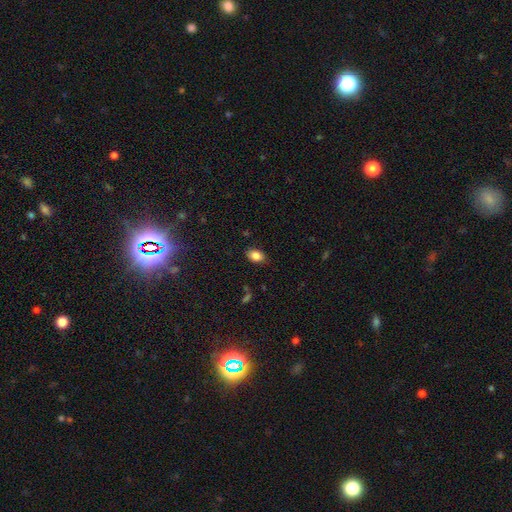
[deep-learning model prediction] Smooth or featured? Predicted: smooth (p=0.85). How rounded? Predicted: in between (p=0.83). Merging? Predicted: none (p=0.85).